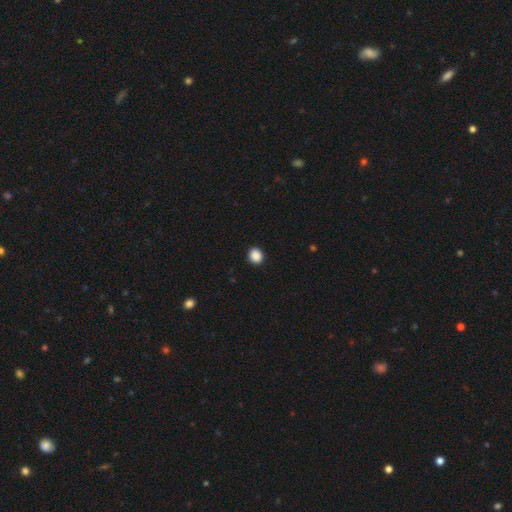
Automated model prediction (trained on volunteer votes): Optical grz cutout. It shows a smooth galaxy with no disk features (89%) that is round (76%). Merging: none (92%).